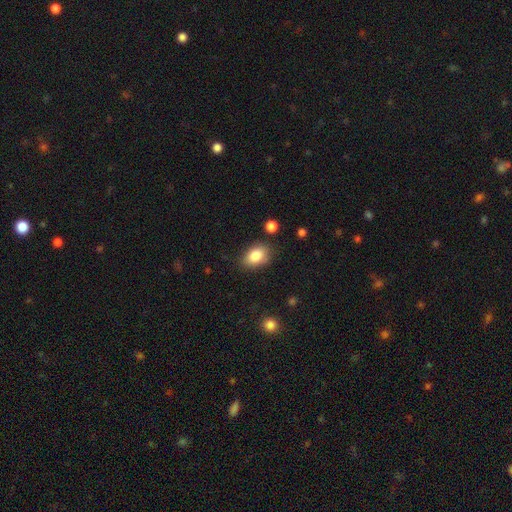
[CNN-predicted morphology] type=smooth (85%); roundness=in between (82%); merging=none (75%).